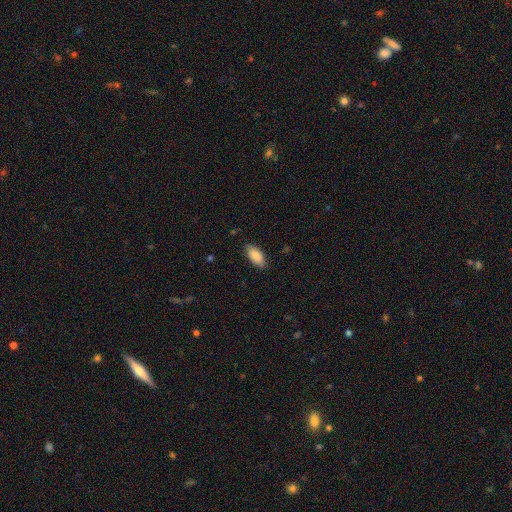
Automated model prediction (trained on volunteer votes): This appears to be a smooth galaxy with no disk features (88%) that is in between round and cigar-shaped (89%). Merging: none (84%).